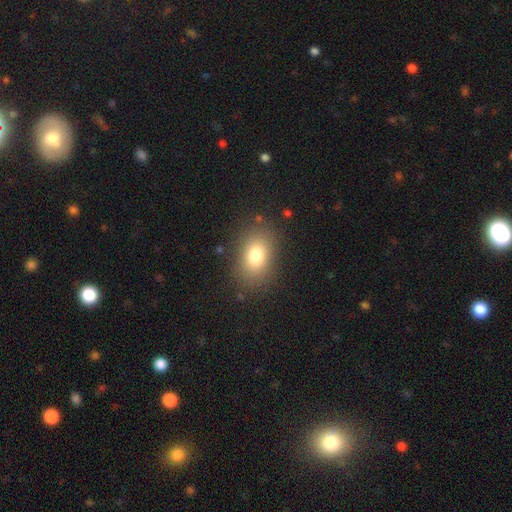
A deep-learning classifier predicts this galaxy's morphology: Q: Smooth or featured?
A: smooth (78%); runner-up: star or artifact (11%)
Q: How rounded?
A: in between (80%); runner-up: round (19%)
Q: Merging?
A: none (83%); runner-up: minor disturbance (11%)